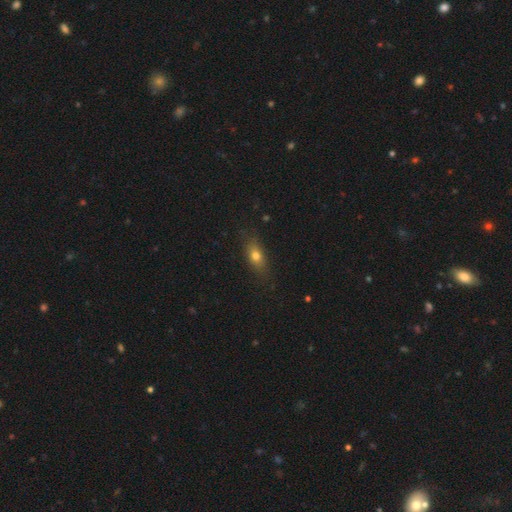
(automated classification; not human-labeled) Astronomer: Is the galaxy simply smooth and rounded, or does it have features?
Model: smooth — 72%.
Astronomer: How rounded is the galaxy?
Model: in between — 70%.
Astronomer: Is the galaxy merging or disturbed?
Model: none — 80%.